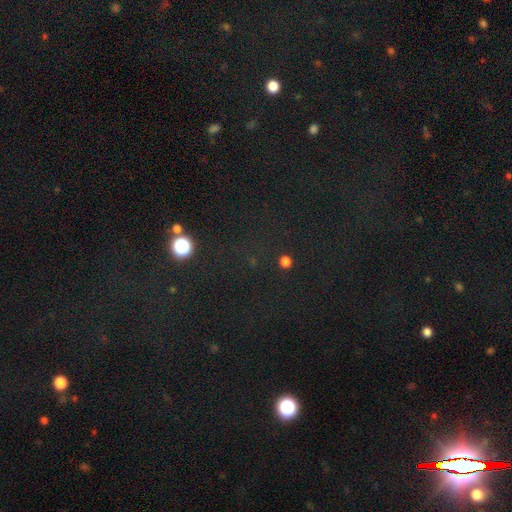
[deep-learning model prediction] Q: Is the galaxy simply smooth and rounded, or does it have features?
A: star or artifact — 70%.